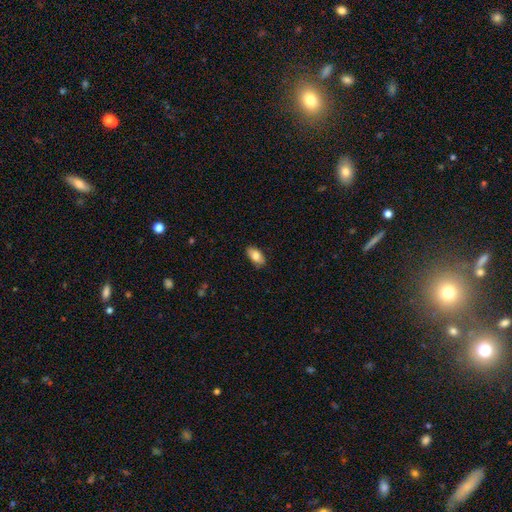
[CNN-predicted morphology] Smooth or featured? Predicted: smooth (p=0.83). How rounded? Predicted: in between (p=0.93). Merging? Predicted: none (p=0.85).